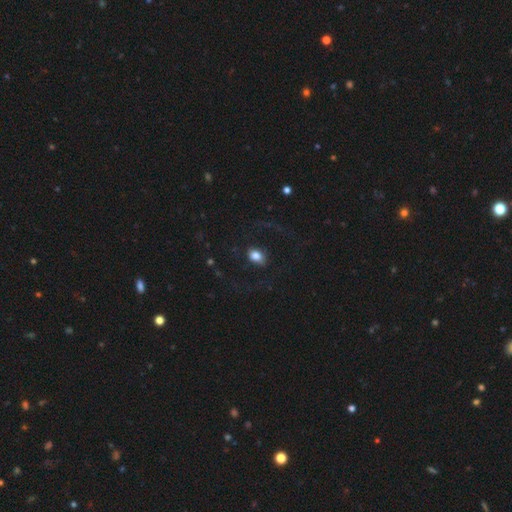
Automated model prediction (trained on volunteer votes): This is likely a smooth galaxy (74%). How rounded: likely in between (77%). Merging: likely none (69%).